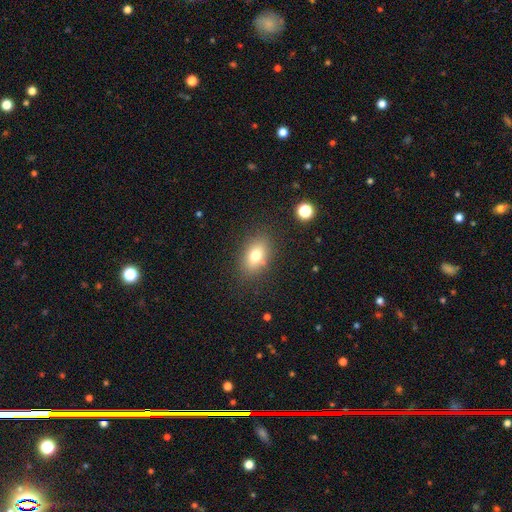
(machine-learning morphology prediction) This is likely a smooth galaxy (74%). How rounded: clearly in between (81%). Merging: clearly none (83%).